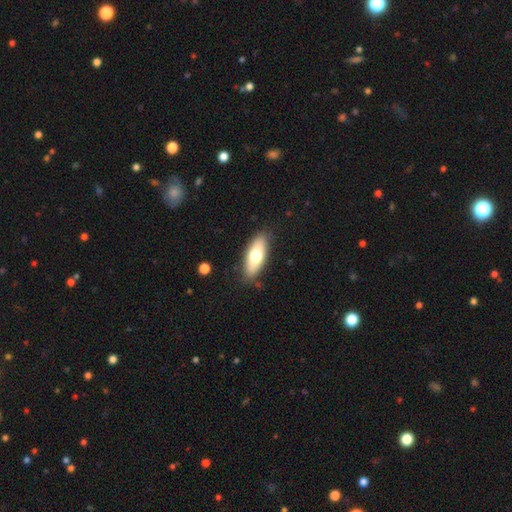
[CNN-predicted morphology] This is likely a smooth galaxy (66%). How rounded: likely in between (74%). Merging: clearly none (85%).